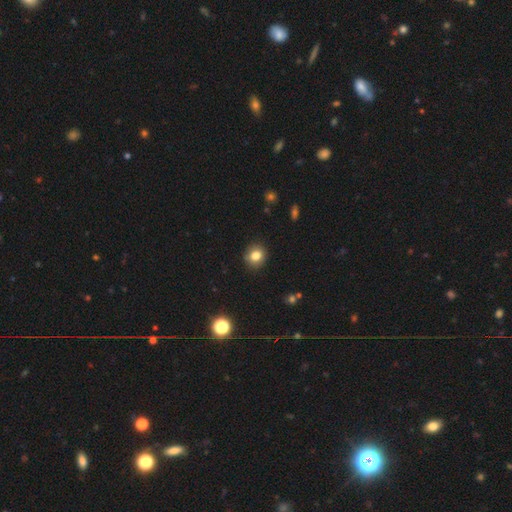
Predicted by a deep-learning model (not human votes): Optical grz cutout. It shows a smooth galaxy with no disk features (81%) that is round (78%). Merging: none (89%).